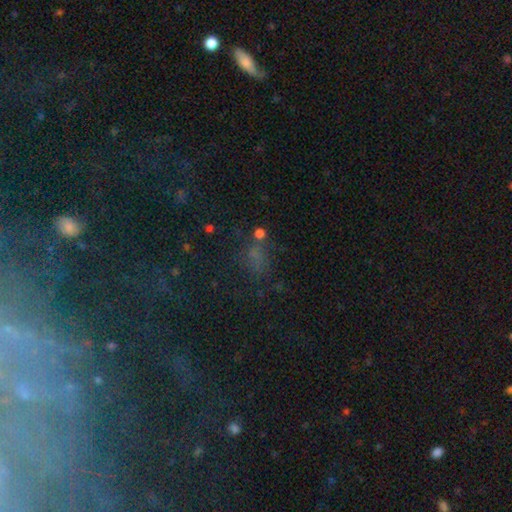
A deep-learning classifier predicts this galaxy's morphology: This is possibly a star or artifact rather than a galaxy (47%).